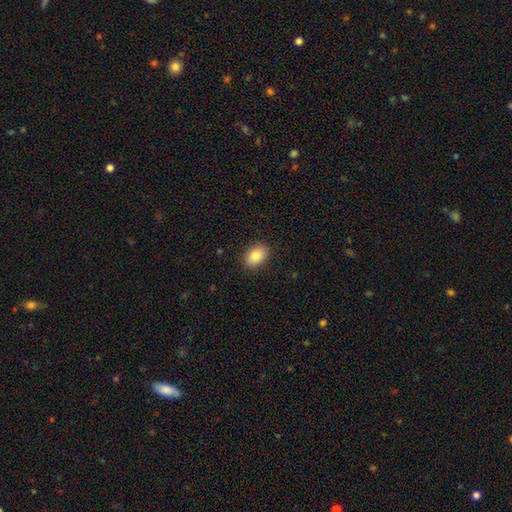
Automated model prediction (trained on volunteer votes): Smooth or featured?
  - smooth: 85% *
  - star or artifact: 8%
  - featured or disk: 7%
How rounded?
  - in between: 85% *
  - round: 14%
  - cigar-shaped: 1%
Merging?
  - none: 88% *
  - minor disturbance: 9%
  - major disturbance: 2%
  - merger: 1%